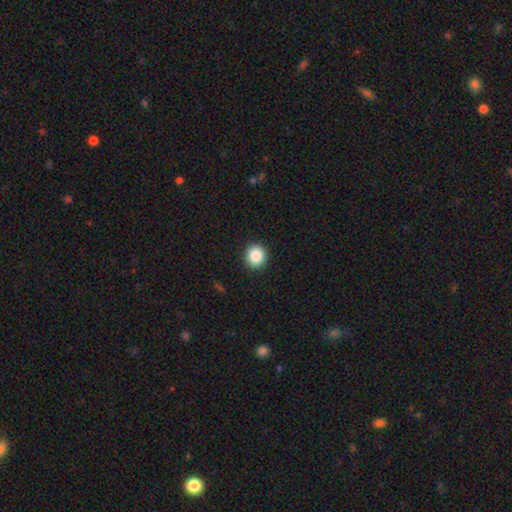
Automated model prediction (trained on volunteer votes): smooth 87%, star or artifact 9%, featured or disk 4%. Down the decision tree: how rounded — round (89%); merging — none (92%).